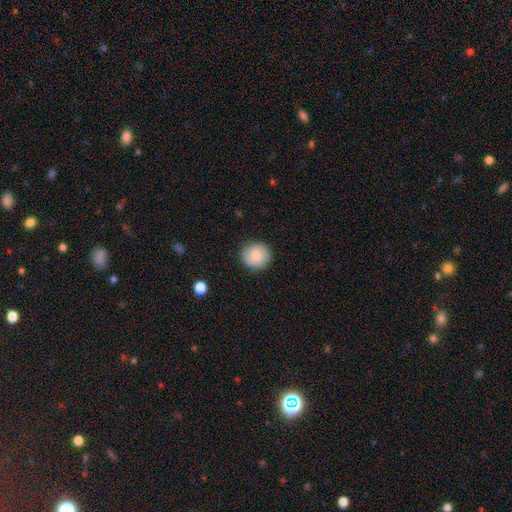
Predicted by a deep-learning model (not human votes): Smooth or featured?
  - smooth: 81% *
  - featured or disk: 12%
  - star or artifact: 7%
How rounded?
  - round: 91% *
  - in between: 9%
  - cigar-shaped: 1%
Merging?
  - none: 85% *
  - minor disturbance: 11%
  - major disturbance: 3%
  - merger: 1%